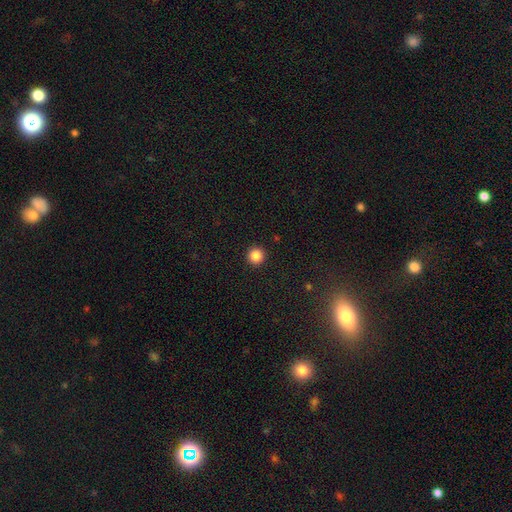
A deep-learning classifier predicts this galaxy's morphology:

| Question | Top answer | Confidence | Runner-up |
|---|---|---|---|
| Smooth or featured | smooth | 86% | star or artifact (10%) |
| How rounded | round | 96% | in between (3%) |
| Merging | none | 93% | minor disturbance (4%) |